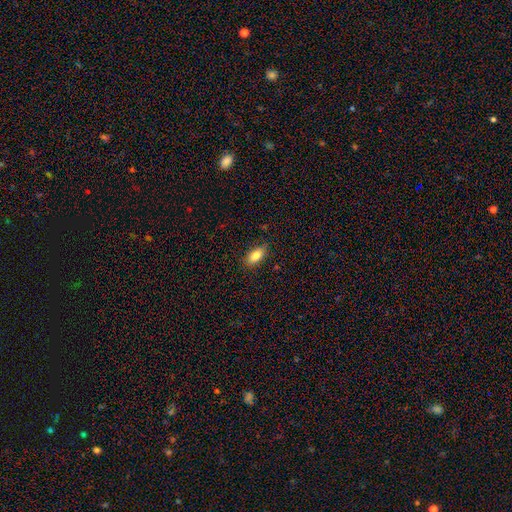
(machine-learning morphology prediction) Overall: smooth (83%). How rounded: in between (87%). Merging: none (85%).